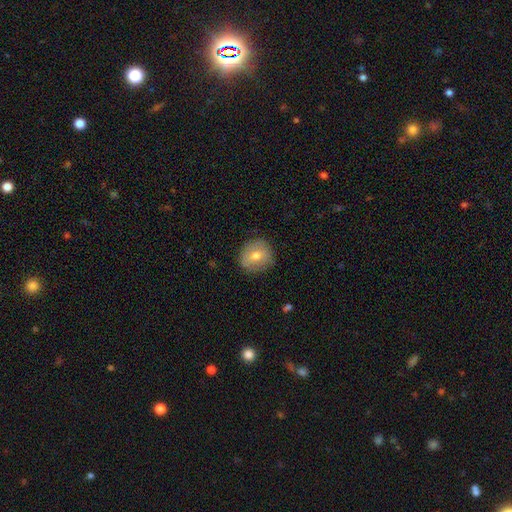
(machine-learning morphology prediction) Smooth or featured? smooth (64%)
How rounded? round (86%)
Merging? none (86%)